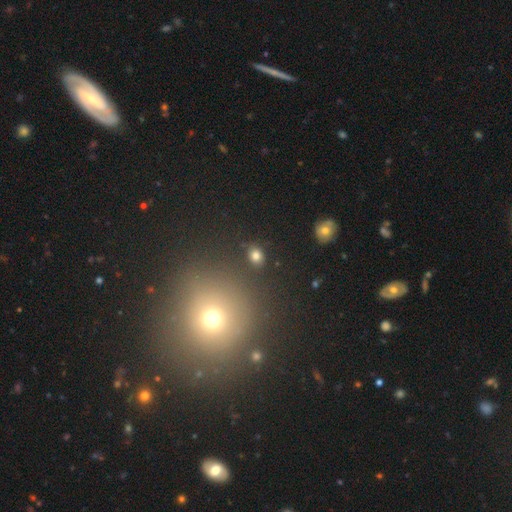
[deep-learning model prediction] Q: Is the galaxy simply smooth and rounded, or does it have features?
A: smooth — 79%.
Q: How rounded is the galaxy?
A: round — 52%.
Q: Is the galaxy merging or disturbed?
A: none — 83%.